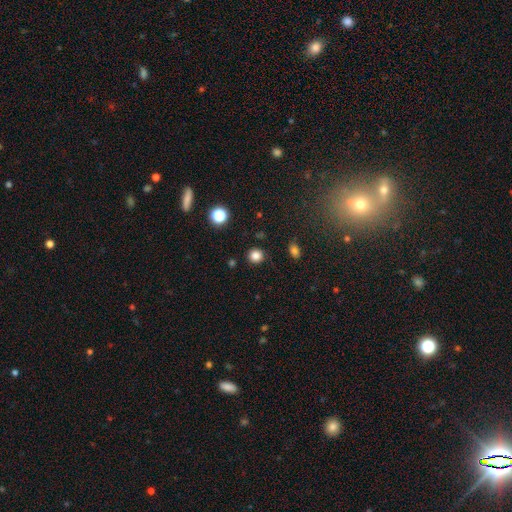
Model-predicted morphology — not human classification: smooth-or-featured: smooth: 83% | star or artifact: 13% | featured or disk: 4%
  how-rounded: round: 91% | in between: 8% | cigar-shaped: 1%
  merging: none: 90% | minor disturbance: 6% | major disturbance: 2% | merger: 2%